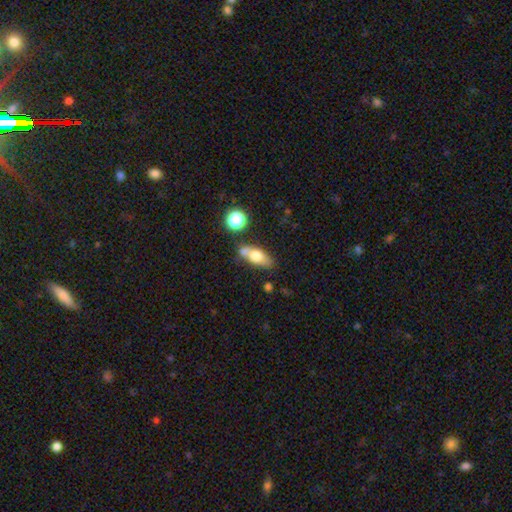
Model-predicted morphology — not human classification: The model was most divided on "merging": none: 54%, merger: 24%, minor disturbance: 17%, major disturbance: 5%. More confident: how rounded — in between (73%); smooth or featured — smooth (67%).